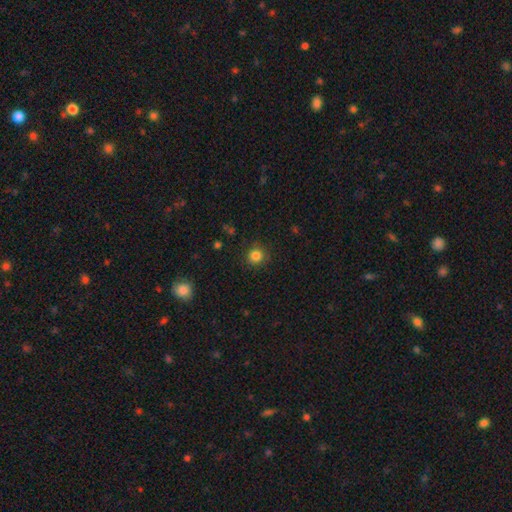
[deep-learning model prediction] A smooth galaxy with no disk features (83%) that is round (92%).

Vote fractions:
- Smooth or featured? smooth: 83% / star or artifact: 12% / featured or disk: 4%
- How rounded? round: 92% / in between: 7% / cigar-shaped: 1%
- Merging? none: 88% / minor disturbance: 8% / major disturbance: 3% / merger: 1%